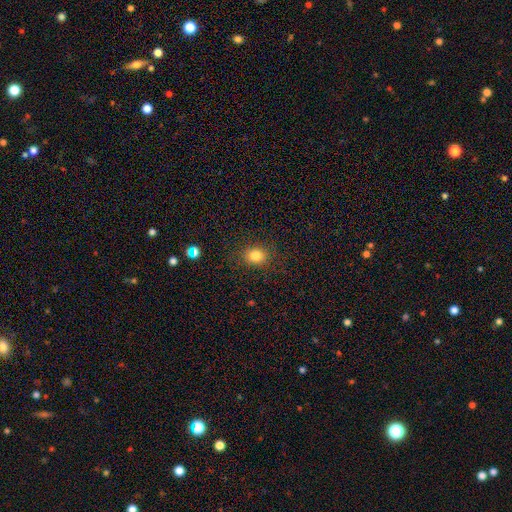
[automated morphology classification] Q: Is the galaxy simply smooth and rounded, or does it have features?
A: smooth — 81%.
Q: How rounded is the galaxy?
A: round — 62%.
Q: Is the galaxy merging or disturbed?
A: none — 86%.